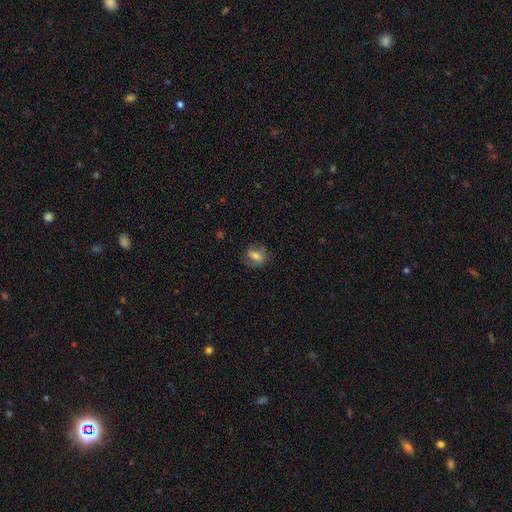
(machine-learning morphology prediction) Smooth or featured?
  - smooth: 59% *
  - featured or disk: 31%
  - star or artifact: 10%
How rounded?
  - in between: 63% *
  - round: 33%
  - cigar-shaped: 3%
Merging?
  - none: 70% *
  - minor disturbance: 20%
  - major disturbance: 8%
  - merger: 1%